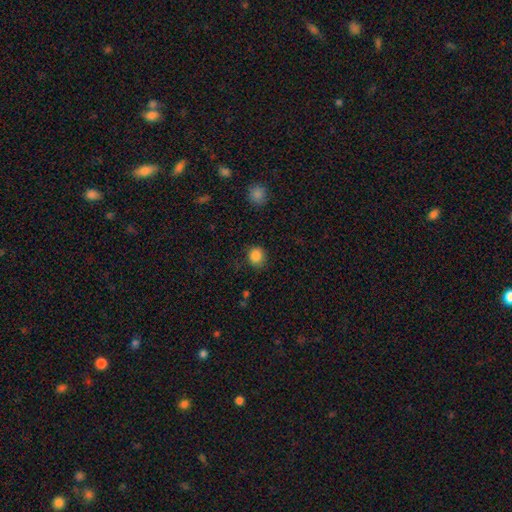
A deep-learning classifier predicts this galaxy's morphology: Overall: smooth (86%). How rounded: round (85%). Merging: none (83%).